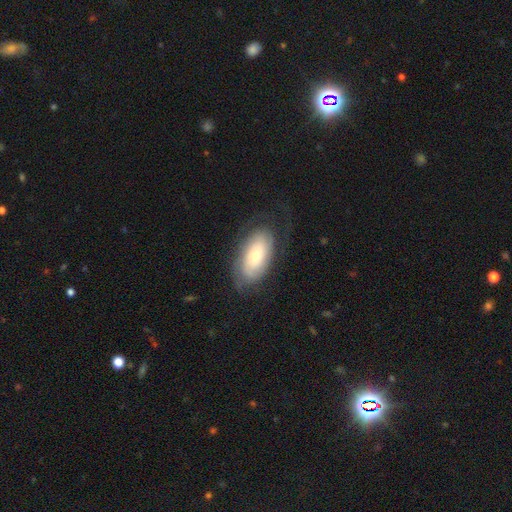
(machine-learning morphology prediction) A featured or disk galaxy (47%).

Vote fractions:
- Smooth or featured? featured or disk: 47% / smooth: 46% / star or artifact: 6%
- Merging? none: 66% / minor disturbance: 20% / major disturbance: 13% / merger: 1%